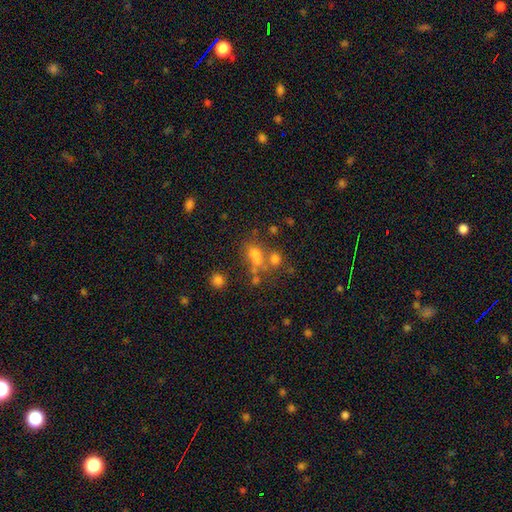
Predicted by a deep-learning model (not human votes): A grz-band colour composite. It shows a smooth galaxy with no disk features (52%) that is round (52%). Merging: none (41%).